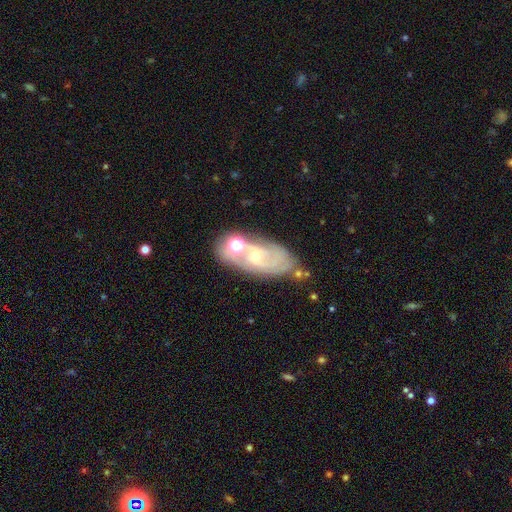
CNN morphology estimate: The model was most divided on "merging": none: 52%, minor disturbance: 20%, merger: 16%, major disturbance: 12%. More confident: edge-on disk — no (92%); spiral arms — yes (74%); bar — no (70%); smooth or featured — featured or disk (65%); bulge size — small (64%).